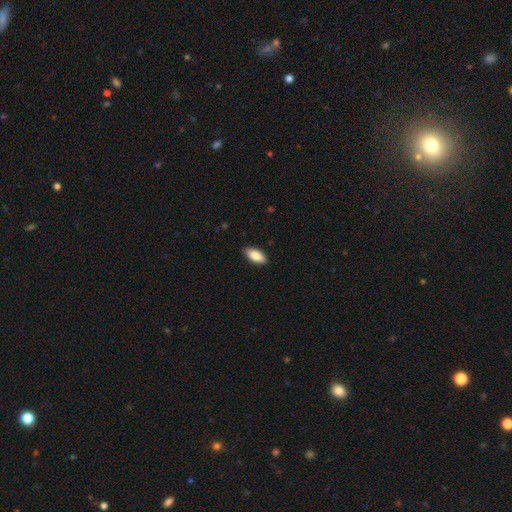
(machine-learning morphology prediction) A smooth galaxy with no disk features (86%) that is in between round and cigar-shaped (91%). Merging: none (87%).